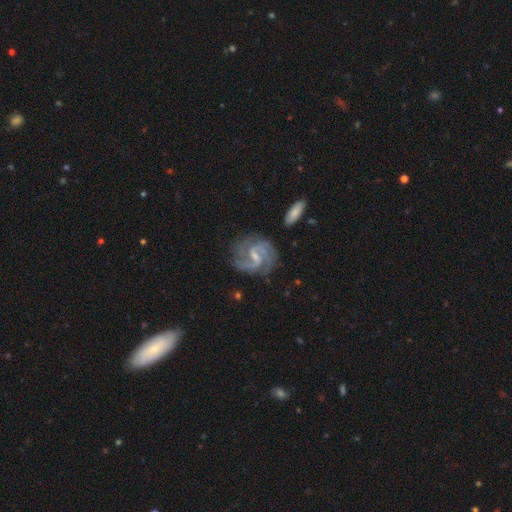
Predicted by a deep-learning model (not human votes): This is clearly a featured or disk galaxy (90%). It is clearly not viewed edge-on (98%). Bar: possibly weak (58%). Spiral arm pattern: clearly yes (98%). Spiral arm count: likely 2 (60%). Spiral winding: possibly medium (55%). Central bulge: possibly small (58%). Merging: likely none (73%).